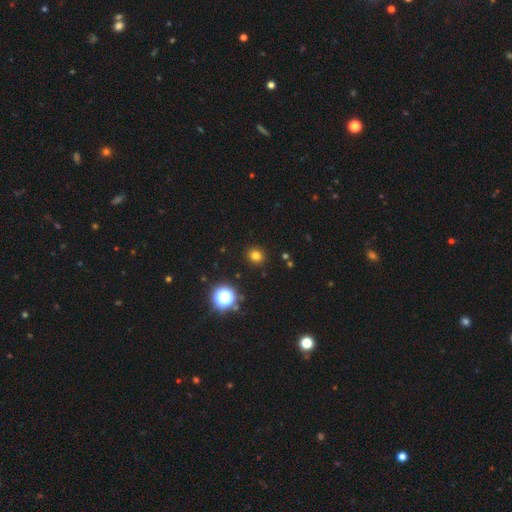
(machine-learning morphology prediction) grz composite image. It shows a smooth galaxy with no disk features (77%) that is round (87%). Merging: none (91%).